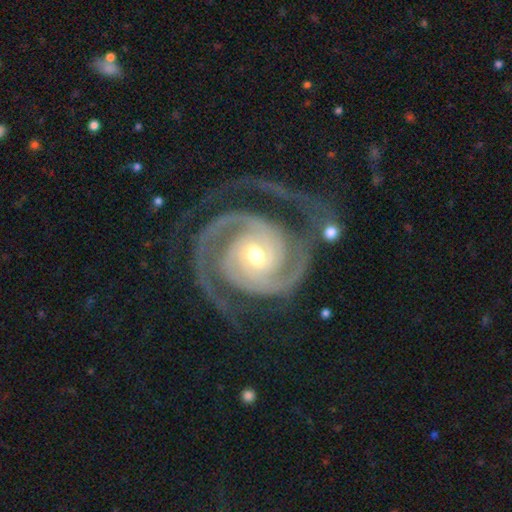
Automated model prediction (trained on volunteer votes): Q: Smooth or featured?
A: featured or disk (94%); runner-up: star or artifact (3%)
Q: Edge-on disk?
A: no (98%); runner-up: yes (2%)
Q: Bar?
A: no (46%); runner-up: weak (35%)
Q: Spiral arms?
A: yes (99%); runner-up: no (1%)
Q: Spiral winding?
A: tight (65%); runner-up: medium (30%)
Q: Spiral arm count?
A: 2 (73%); runner-up: 3 (13%)
Q: Bulge size?
A: moderate (61%); runner-up: small (33%)
Q: Merging?
A: none (66%); runner-up: minor disturbance (15%)